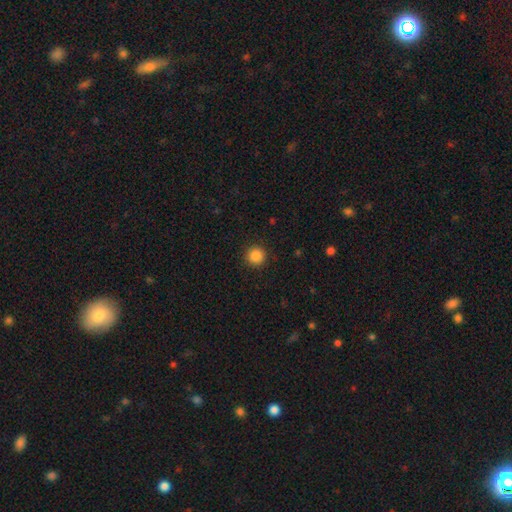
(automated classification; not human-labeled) This appears to be a smooth galaxy with no disk features (86%) that is round (95%). Merging: none (92%).